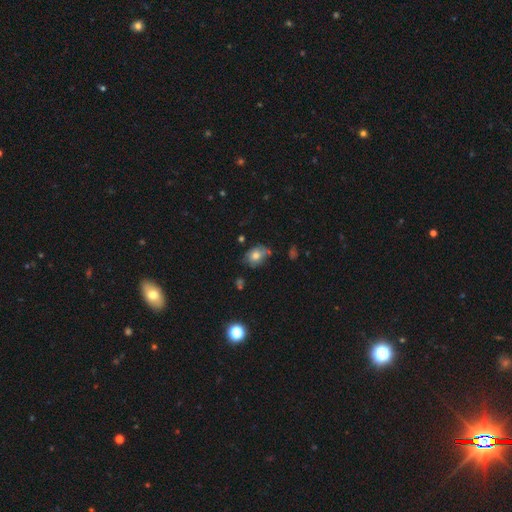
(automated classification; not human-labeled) A smooth galaxy with no disk features (65%) that is in between round and cigar-shaped (69%). Merging: none (54%).